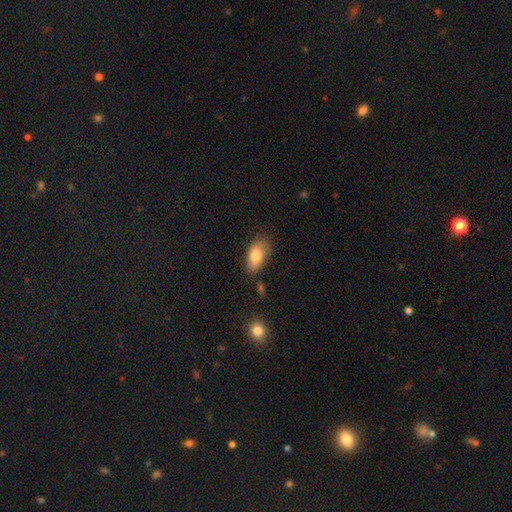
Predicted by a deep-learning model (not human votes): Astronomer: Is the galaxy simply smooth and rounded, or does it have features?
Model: smooth — 81%.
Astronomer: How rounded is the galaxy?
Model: in between — 92%.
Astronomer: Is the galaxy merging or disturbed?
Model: none — 76%.